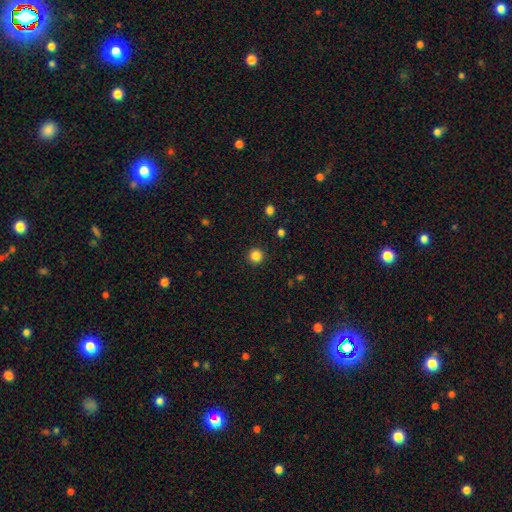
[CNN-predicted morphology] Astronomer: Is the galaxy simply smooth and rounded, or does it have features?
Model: smooth — 85%.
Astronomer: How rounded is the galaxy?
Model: round — 96%.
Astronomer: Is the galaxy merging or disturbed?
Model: none — 93%.